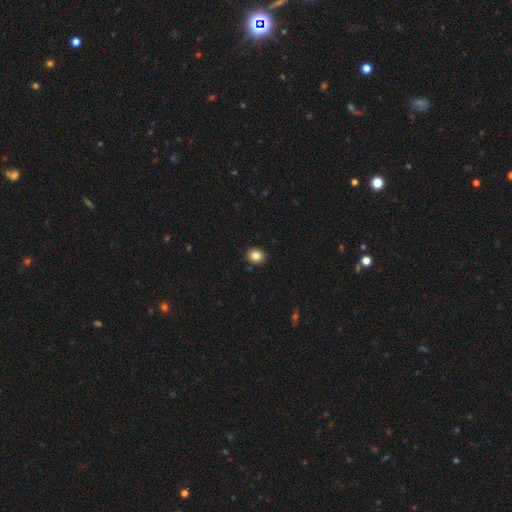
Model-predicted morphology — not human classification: Smooth or featured: smooth — 85% (star or artifact — 9%)
How rounded: round — 54% (in between — 46%)
Merging: none — 91% (minor disturbance — 6%)